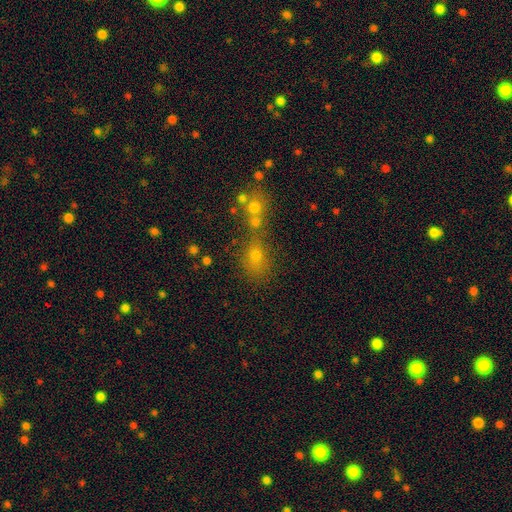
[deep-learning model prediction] Overall: smooth (60%; star or artifact 24%). How rounded: round (60%; in between 37%). Merging: merger (48%; none 36%).